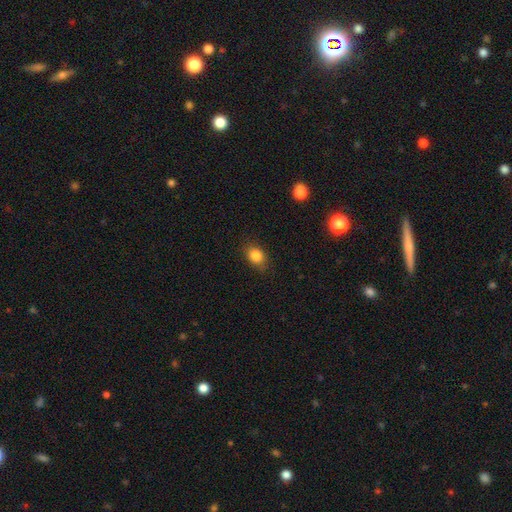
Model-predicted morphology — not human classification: The model was most divided on "how rounded": in between: 62%, round: 37%, cigar-shaped: 1%. More confident: smooth or featured — smooth (85%); merging — none (83%).